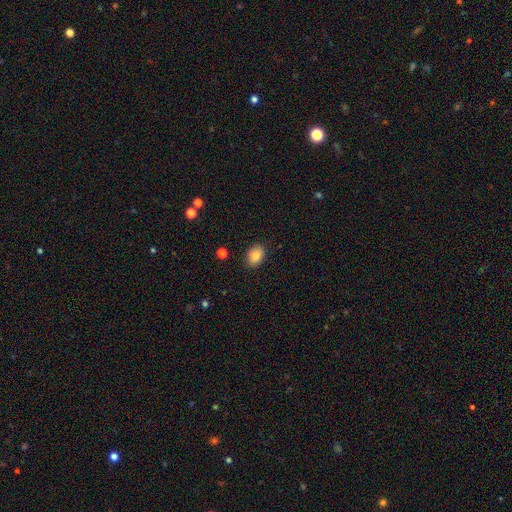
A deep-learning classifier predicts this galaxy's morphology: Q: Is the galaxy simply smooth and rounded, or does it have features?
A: smooth — 86%.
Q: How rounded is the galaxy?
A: in between — 75%.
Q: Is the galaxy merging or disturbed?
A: none — 86%.